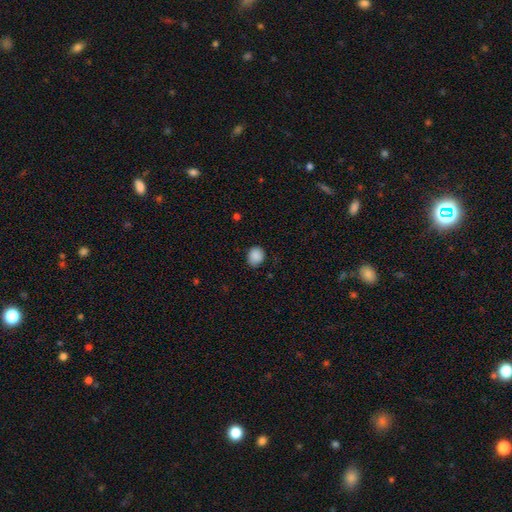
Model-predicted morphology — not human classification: smooth_or_featured: smooth (p=0.89) [alt: star or artifact p=0.08]
how_rounded: round (p=0.66) [alt: in between p=0.33]
merging: none (p=0.81) [alt: minor disturbance p=0.15]